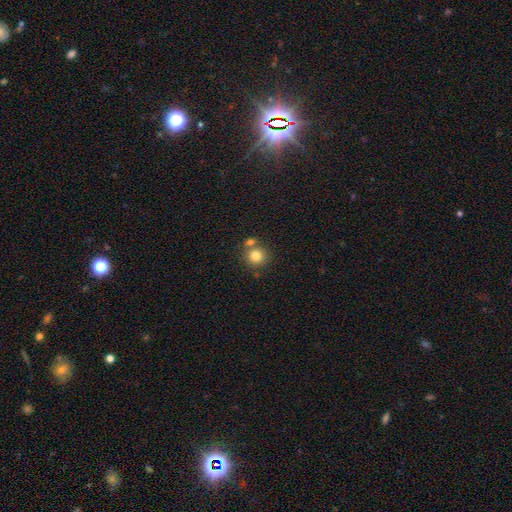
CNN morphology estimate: smooth-or-featured: smooth: 81% | star or artifact: 11% | featured or disk: 8%
  how-rounded: round: 90% | in between: 9% | cigar-shaped: 1%
  merging: none: 65% | merger: 24% | minor disturbance: 9% | major disturbance: 3%